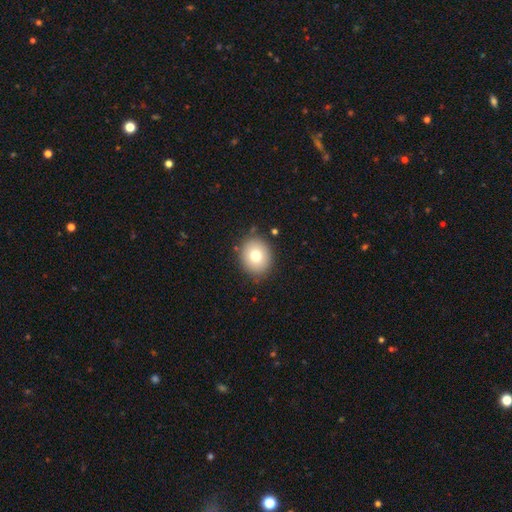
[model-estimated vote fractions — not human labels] Morphology: type=smooth (76%); roundness=round (68%); merging=none (86%).